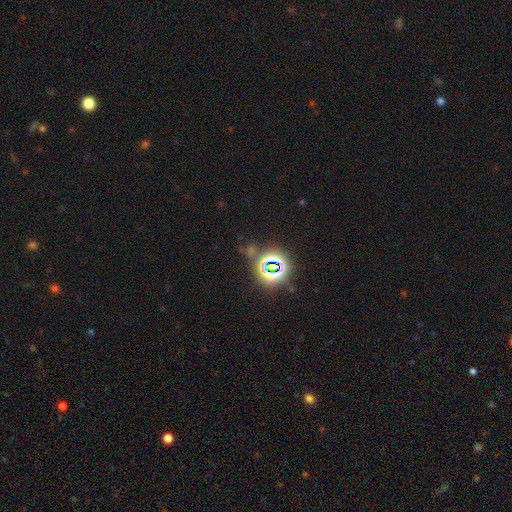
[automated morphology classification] Smooth or featured? Predicted: star or artifact (p=0.77).